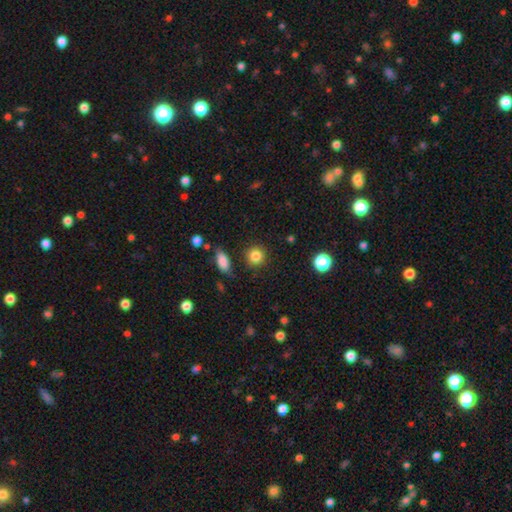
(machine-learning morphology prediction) type=smooth (85%); roundness=round (89%); merging=none (86%).